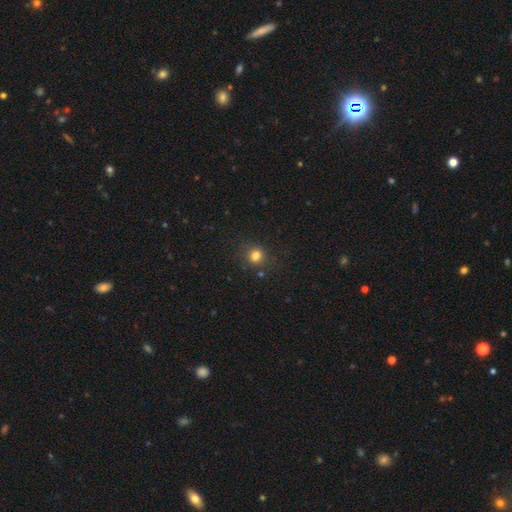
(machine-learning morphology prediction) This appears to be a smooth galaxy with no disk features (79%) that is round (80%). Merging: none (82%).